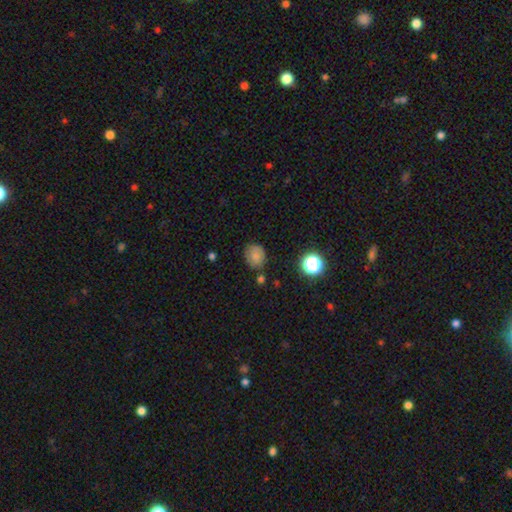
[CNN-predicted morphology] This appears to be a smooth galaxy with no disk features (78%) that is round (62%). Merging: none (74%).